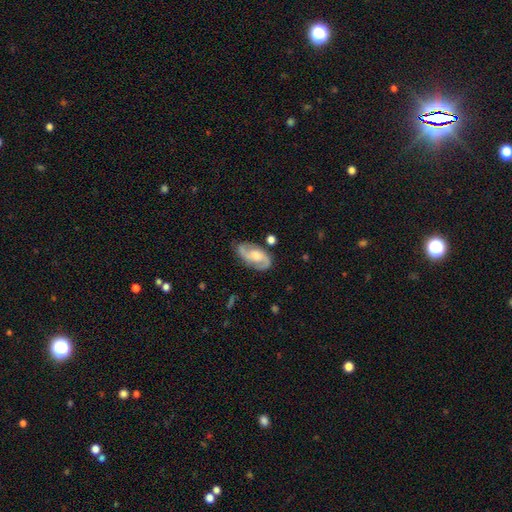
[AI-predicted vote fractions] featured or disk 82%, smooth 12%, star or artifact 5%. Down the decision tree: edge-on disk — no (96%); bar — no (53%); spiral arms — yes (96%); spiral arm count — 2 (90%); spiral winding — medium (51%); bulge size — moderate (48%); merging — none (76%).